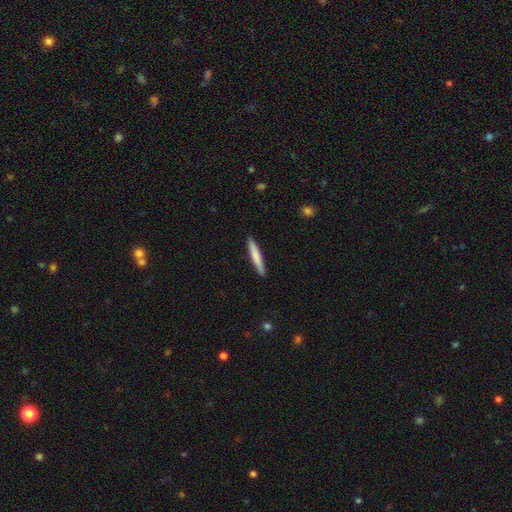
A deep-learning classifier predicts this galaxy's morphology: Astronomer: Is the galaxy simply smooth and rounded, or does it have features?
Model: smooth — 74%.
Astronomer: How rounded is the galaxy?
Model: cigar-shaped — 95%.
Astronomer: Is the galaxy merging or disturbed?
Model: none — 91%.